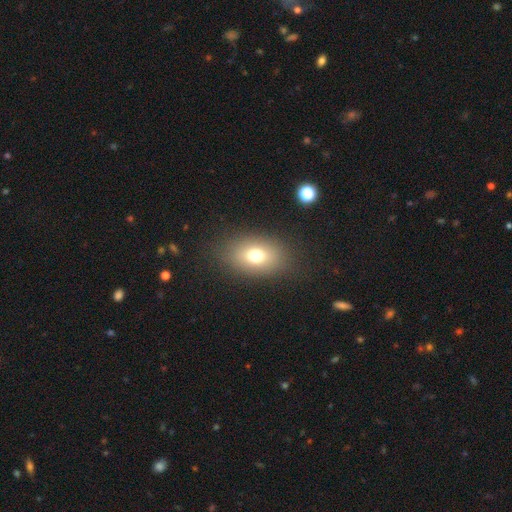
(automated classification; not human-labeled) smooth_or_featured: smooth (p=0.71) [alt: featured or disk p=0.15]
how_rounded: in between (p=0.75) [alt: round p=0.23]
merging: none (p=0.84) [alt: minor disturbance p=0.10]